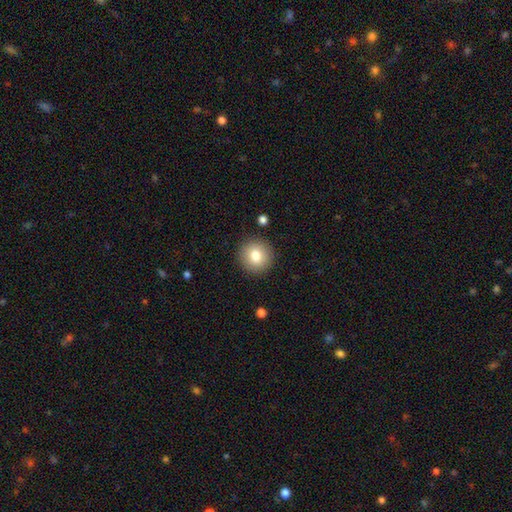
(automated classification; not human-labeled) Q: Smooth or featured?
A: smooth (80%); runner-up: featured or disk (11%)
Q: How rounded?
A: round (94%); runner-up: in between (5%)
Q: Merging?
A: none (90%); runner-up: minor disturbance (6%)